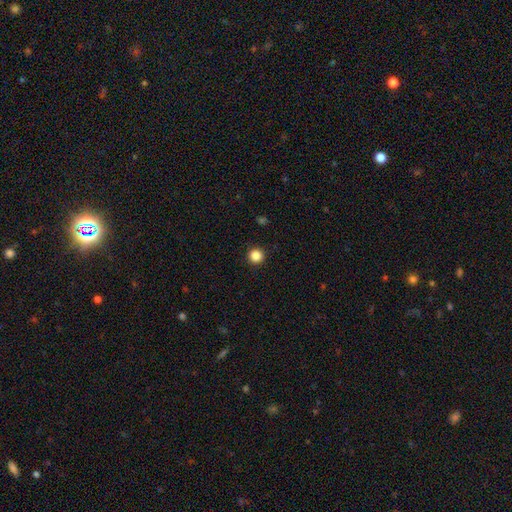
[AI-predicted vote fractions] Smooth or featured?
  - smooth: 86% *
  - star or artifact: 11%
  - featured or disk: 3%
How rounded?
  - round: 96% *
  - in between: 3%
  - cigar-shaped: 1%
Merging?
  - none: 93% *
  - minor disturbance: 4%
  - major disturbance: 2%
  - merger: 1%